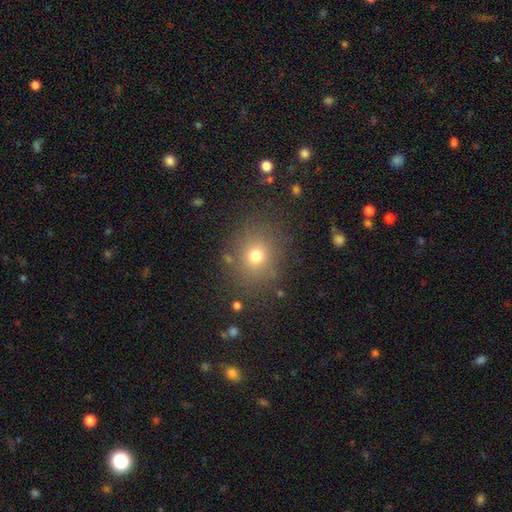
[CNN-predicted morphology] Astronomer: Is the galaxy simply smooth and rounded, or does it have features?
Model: smooth — 71%.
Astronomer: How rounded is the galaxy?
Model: round — 74%.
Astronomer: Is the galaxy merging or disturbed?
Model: none — 83%.